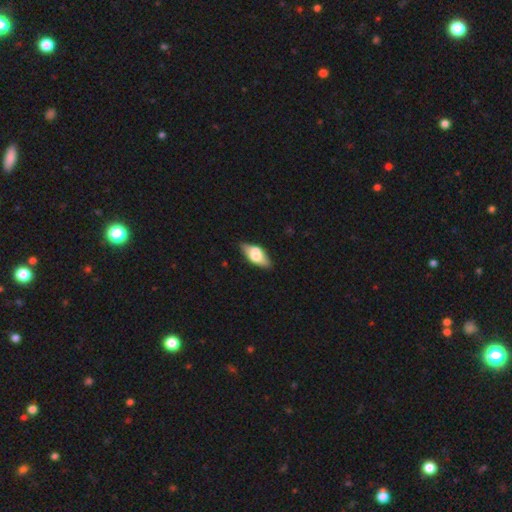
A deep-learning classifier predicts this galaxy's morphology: This appears to be a smooth galaxy with no disk features (55%) that is in between round and cigar-shaped (83%). Merging: none (77%).